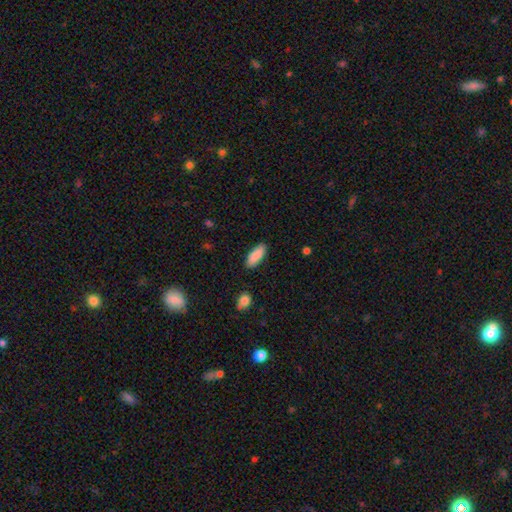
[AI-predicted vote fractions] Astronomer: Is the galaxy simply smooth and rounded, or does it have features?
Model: smooth — 88%.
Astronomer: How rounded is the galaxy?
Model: in between — 75%.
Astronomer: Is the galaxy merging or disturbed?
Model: none — 86%.